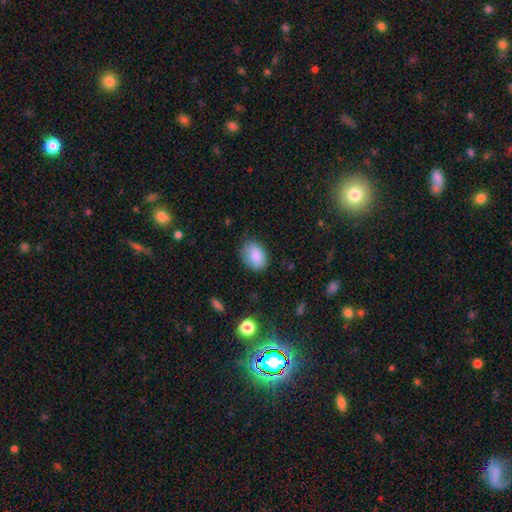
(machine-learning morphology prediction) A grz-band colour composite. It shows a smooth galaxy with no disk features (86%) that is in between round and cigar-shaped (80%). Merging: none (77%).